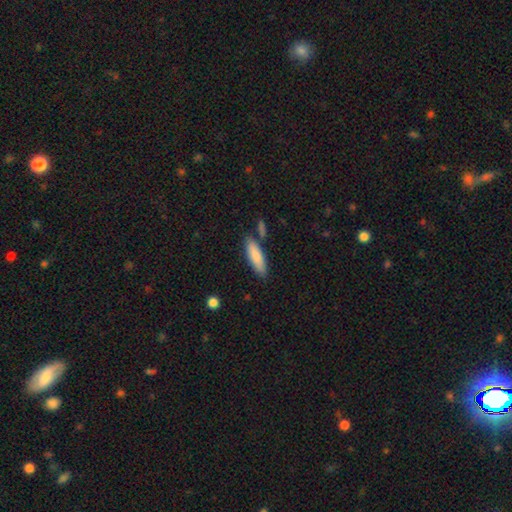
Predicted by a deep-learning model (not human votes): This is clearly a smooth galaxy (84%). How rounded: possibly cigar-shaped (54%). Merging: likely none (77%).